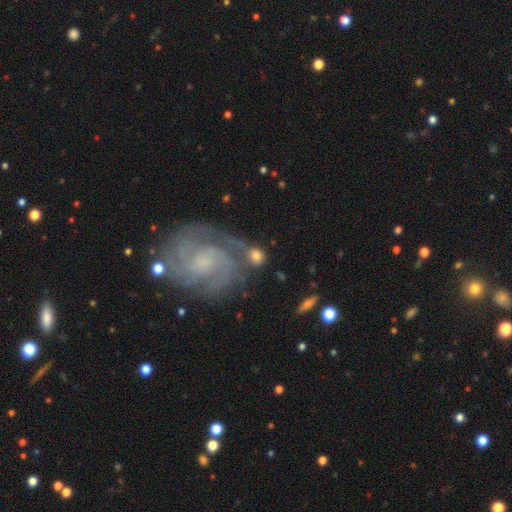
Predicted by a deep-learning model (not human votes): Smooth or featured: smooth — 55% (featured or disk — 36%)
How rounded: round — 71% (in between — 27%)
Merging: none — 57% (merger — 19%)